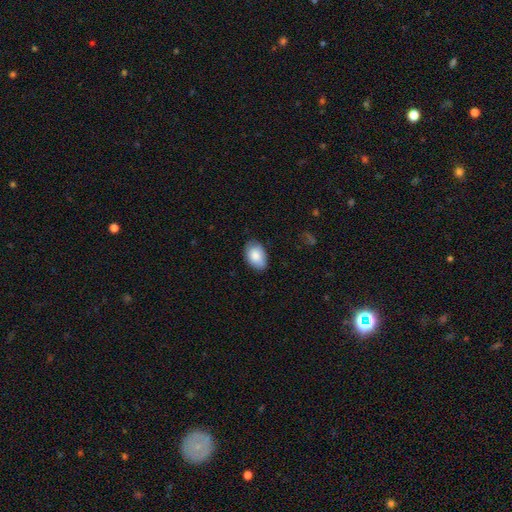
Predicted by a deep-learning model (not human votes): Smooth or featured: smooth — 83% (featured or disk — 10%)
How rounded: in between — 90% (round — 9%)
Merging: none — 75% (minor disturbance — 21%)